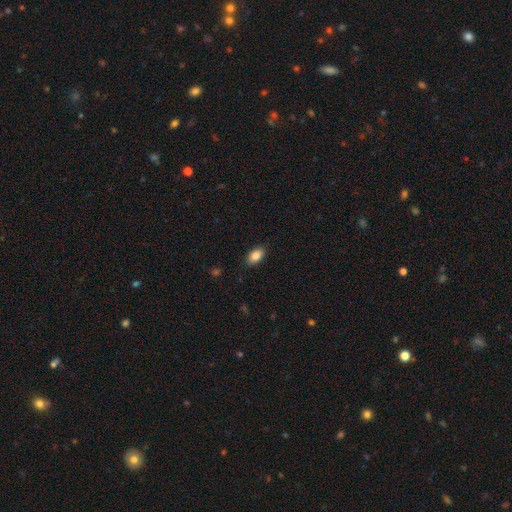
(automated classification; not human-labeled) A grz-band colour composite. It shows a smooth galaxy with no disk features (85%) that is in between round and cigar-shaped (91%). Merging: none (87%).